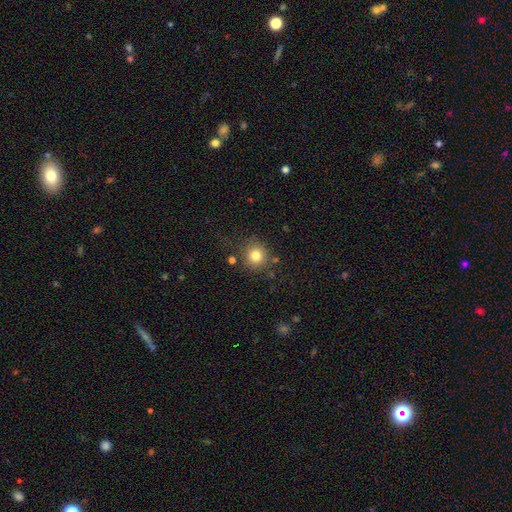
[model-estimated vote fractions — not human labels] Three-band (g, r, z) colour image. It shows a smooth galaxy with no disk features (80%) that is round (90%). Merging: none (80%).